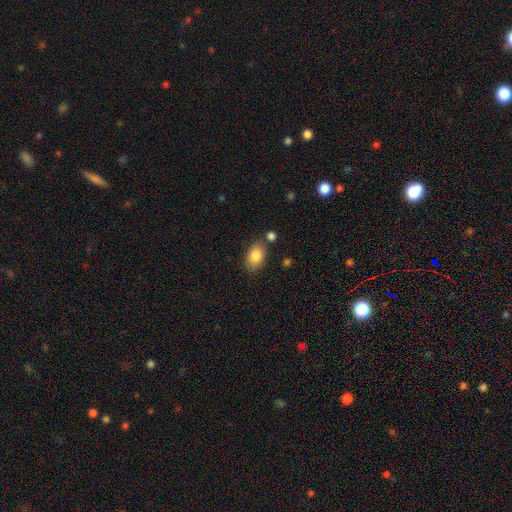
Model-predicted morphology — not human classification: This appears to be a smooth galaxy with no disk features (85%) that is in between round and cigar-shaped (84%). Merging: none (75%).